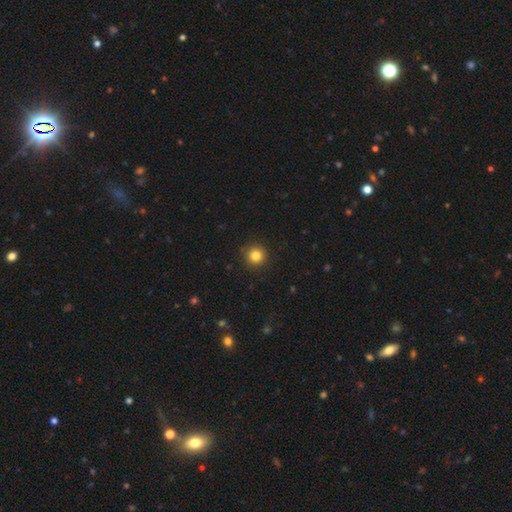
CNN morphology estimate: Smooth or featured?
  - smooth: 84% *
  - star or artifact: 12%
  - featured or disk: 5%
How rounded?
  - round: 95% *
  - in between: 4%
  - cigar-shaped: 1%
Merging?
  - none: 92% *
  - minor disturbance: 5%
  - major disturbance: 2%
  - merger: 1%